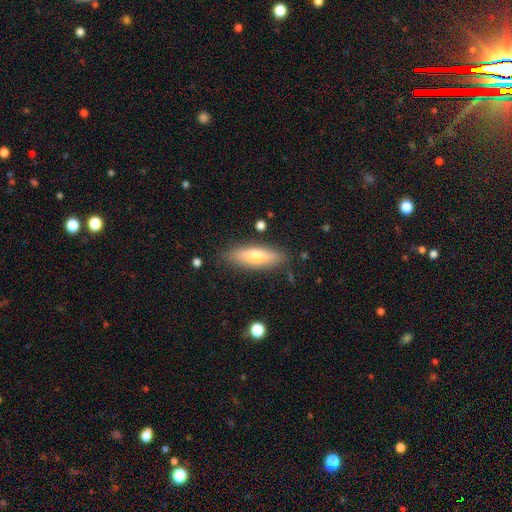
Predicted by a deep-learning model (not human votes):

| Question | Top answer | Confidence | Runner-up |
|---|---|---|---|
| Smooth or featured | smooth | 68% | featured or disk (26%) |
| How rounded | cigar-shaped | 51% | in between (47%) |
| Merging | none | 84% | minor disturbance (11%) |